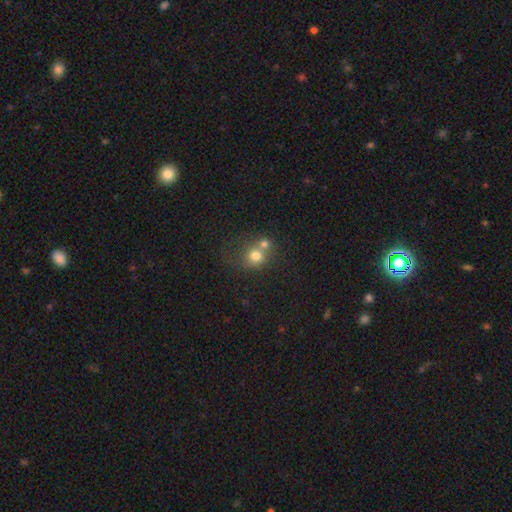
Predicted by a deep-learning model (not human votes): A smooth galaxy with no disk features (73%) that is round (82%).

Vote fractions:
- Smooth or featured? smooth: 73% / featured or disk: 14% / star or artifact: 13%
- How rounded? round: 82% / in between: 17% / cigar-shaped: 1%
- Merging? merger: 51% / none: 38% / minor disturbance: 7% / major disturbance: 4%